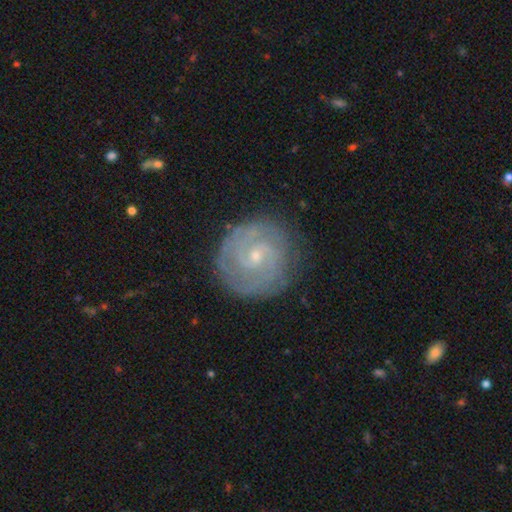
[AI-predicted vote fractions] Smooth or featured? Predicted: featured or disk (p=0.84). Edge-on disk? Predicted: no (p=0.98). Bar? Predicted: no (p=0.48). Spiral arms? Predicted: yes (p=0.96). Spiral winding? Predicted: tight (p=0.71). Spiral arm count? Predicted: 2 (p=0.52). Bulge size? Predicted: small (p=0.76). Merging? Predicted: none (p=0.84).